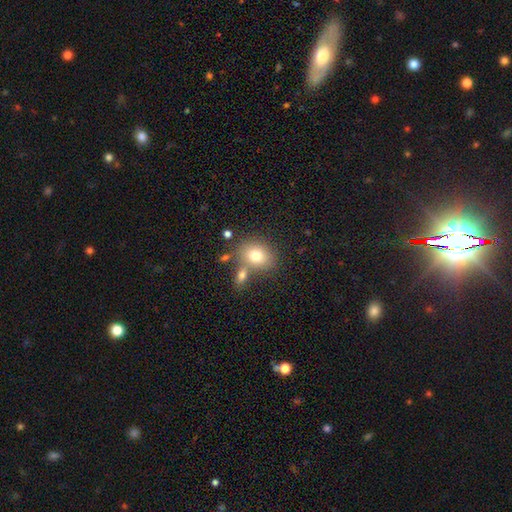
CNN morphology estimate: This is likely a smooth galaxy (75%). How rounded: possibly round (55%). Merging: likely none (60%).